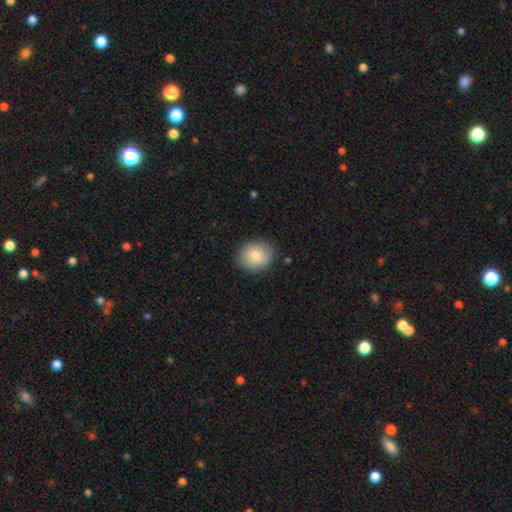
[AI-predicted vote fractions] Smooth or featured: smooth — 80% (featured or disk — 12%)
How rounded: round — 72% (in between — 27%)
Merging: none — 86% (minor disturbance — 11%)